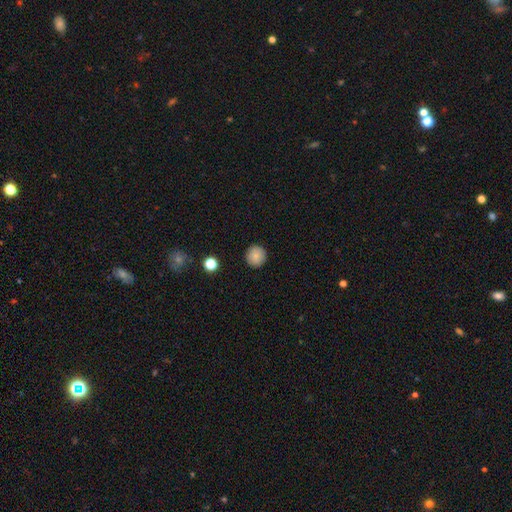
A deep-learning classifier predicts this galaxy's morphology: Smooth or featured? Predicted: smooth (p=0.85). How rounded? Predicted: round (p=0.94). Merging? Predicted: none (p=0.91).